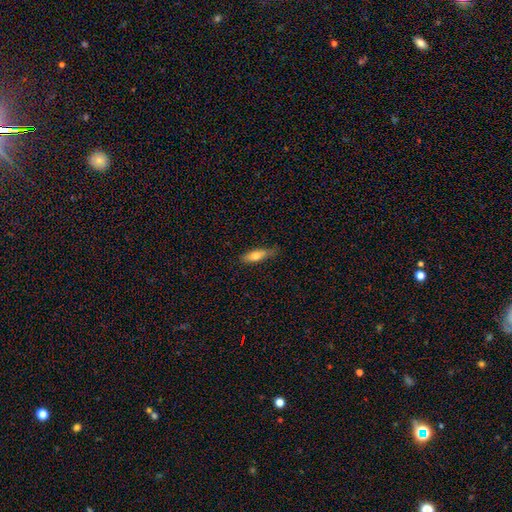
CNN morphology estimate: This appears to be a smooth galaxy with no disk features (70%) that is in between round and cigar-shaped (49%). Merging: none (70%).